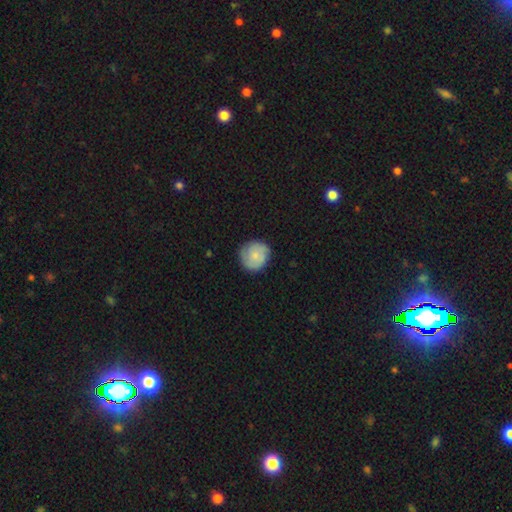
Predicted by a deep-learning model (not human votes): Smooth or featured?
  - smooth: 63% *
  - featured or disk: 31%
  - star or artifact: 6%
How rounded?
  - round: 90% *
  - in between: 9%
  - cigar-shaped: 1%
Merging?
  - none: 80% *
  - minor disturbance: 15%
  - major disturbance: 3%
  - merger: 1%